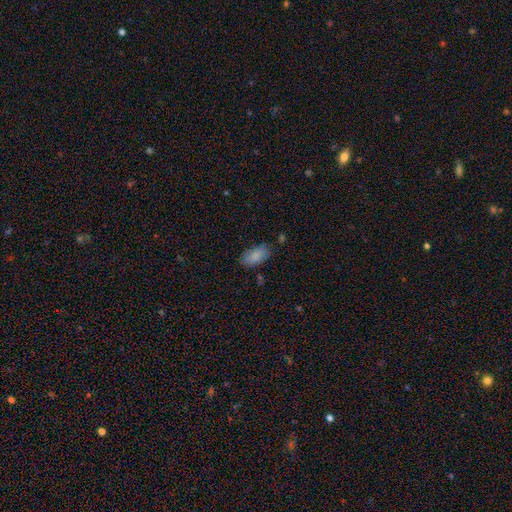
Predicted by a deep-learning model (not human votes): Smooth or featured?
  - smooth: 87% *
  - star or artifact: 7%
  - featured or disk: 6%
How rounded?
  - in between: 93% *
  - cigar-shaped: 4%
  - round: 2%
Merging?
  - none: 80% *
  - minor disturbance: 14%
  - major disturbance: 3%
  - merger: 3%